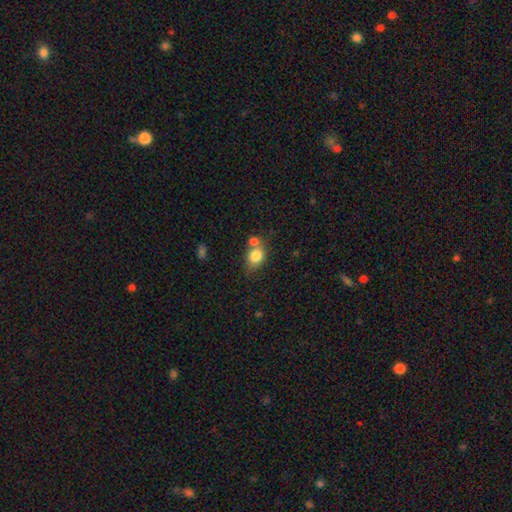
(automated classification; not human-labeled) The model was most divided on "how rounded": in between: 53%, round: 46%, cigar-shaped: 1%. Remaining: smooth or featured — smooth (80%); merging — none (48%).